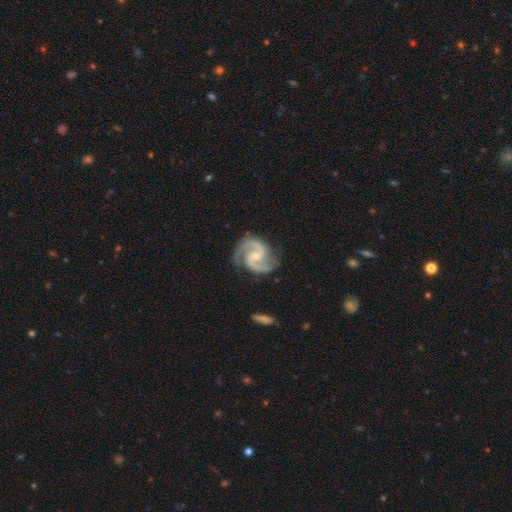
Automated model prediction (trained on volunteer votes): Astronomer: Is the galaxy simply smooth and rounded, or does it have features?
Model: featured or disk — 94%.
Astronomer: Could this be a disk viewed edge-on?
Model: no — 98%.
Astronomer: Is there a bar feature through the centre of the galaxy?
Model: weak — 47% (runner-up: no, 37%).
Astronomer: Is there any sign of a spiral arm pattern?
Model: yes — 99%.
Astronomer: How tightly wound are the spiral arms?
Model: medium — 68%.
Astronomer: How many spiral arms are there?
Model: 2 — 94%.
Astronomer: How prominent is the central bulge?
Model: small — 58% (runner-up: moderate, 36%).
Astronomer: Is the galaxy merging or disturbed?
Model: none — 80%.